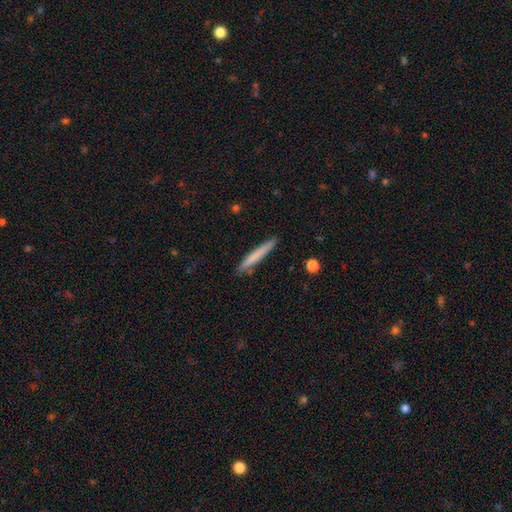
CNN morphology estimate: A smooth galaxy with no disk features (71%) that is cigar-shaped (96%). Merging: none (87%).